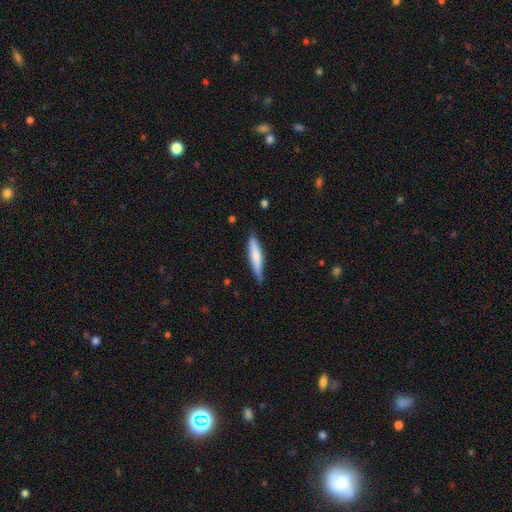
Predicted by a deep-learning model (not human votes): This is likely a smooth galaxy (69%). How rounded: clearly cigar-shaped (86%). Merging: likely none (76%).